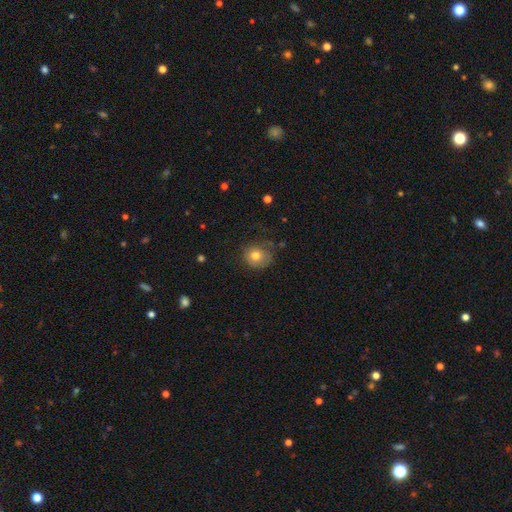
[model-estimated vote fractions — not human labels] Overall: smooth (73%). How rounded: round (80%). Merging: none (60%; minor disturbance 25%).